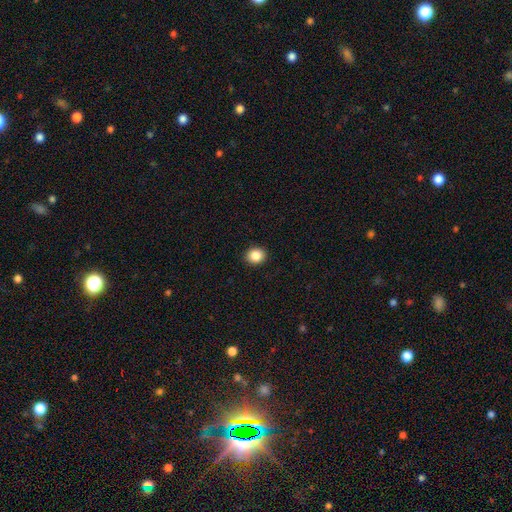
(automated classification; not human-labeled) Smooth or featured: smooth — 86% (star or artifact — 9%)
How rounded: round — 73% (in between — 26%)
Merging: none — 92% (minor disturbance — 5%)